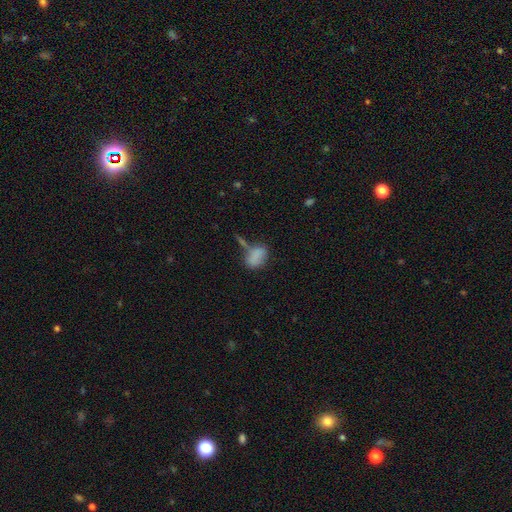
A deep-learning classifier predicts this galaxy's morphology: A smooth galaxy with no disk features (77%) that is in between round and cigar-shaped (84%). Merging: none (42%).